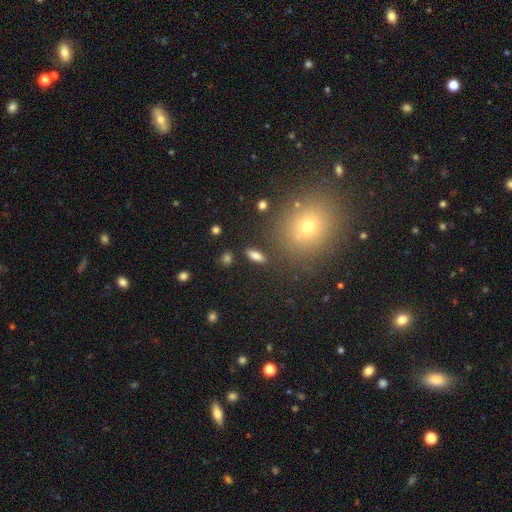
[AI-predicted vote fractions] Smooth or featured? Predicted: smooth (p=0.81). How rounded? Predicted: in between (p=0.73). Merging? Predicted: none (p=0.86).